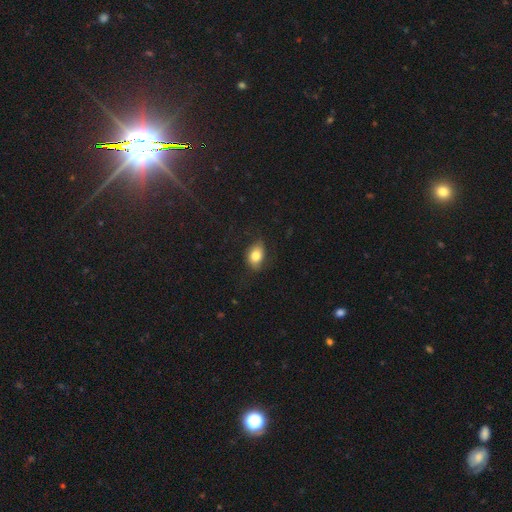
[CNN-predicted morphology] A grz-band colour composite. It shows a smooth galaxy with no disk features (79%) that is in between round and cigar-shaped (80%). Merging: none (70%).